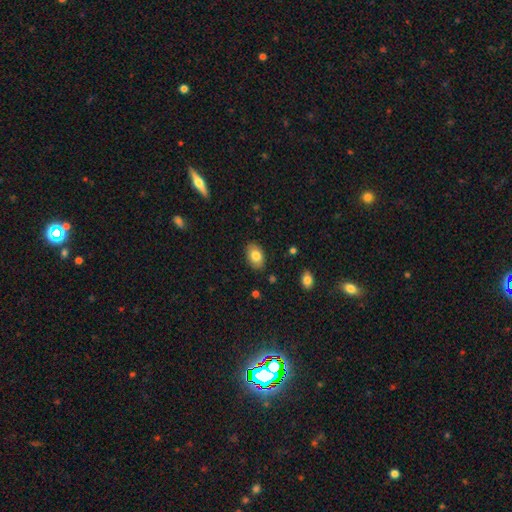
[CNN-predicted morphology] The model was most divided on "smooth or featured": smooth: 80%, featured or disk: 13%, star or artifact: 7%. More confident: how rounded — in between (90%); merging — none (86%).